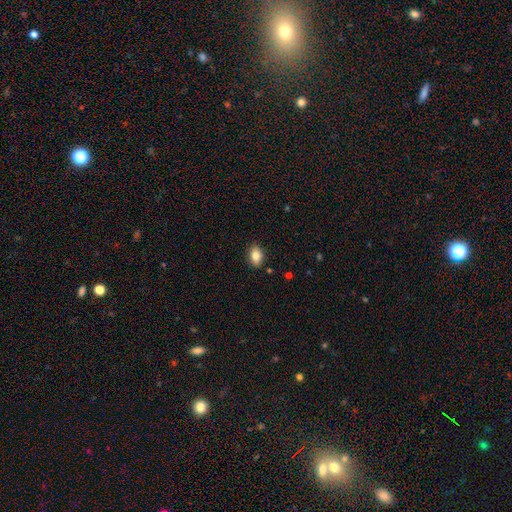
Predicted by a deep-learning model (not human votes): Smooth or featured?
  - smooth: 83% *
  - featured or disk: 9%
  - star or artifact: 8%
How rounded?
  - in between: 84% *
  - round: 14%
  - cigar-shaped: 2%
Merging?
  - none: 87% *
  - minor disturbance: 10%
  - major disturbance: 2%
  - merger: 1%